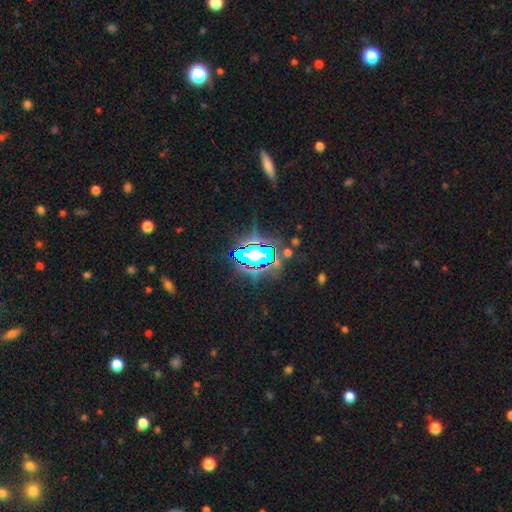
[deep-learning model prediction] This appears to be a star or artifact, not a galaxy (80%).